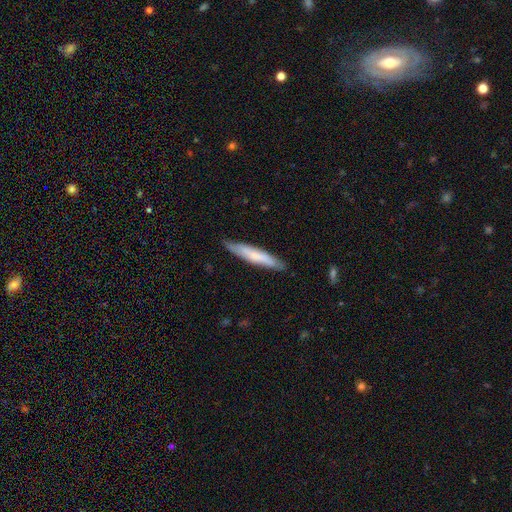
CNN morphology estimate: Smooth or featured? smooth (65%)
How rounded? cigar-shaped (91%)
Merging? none (85%)